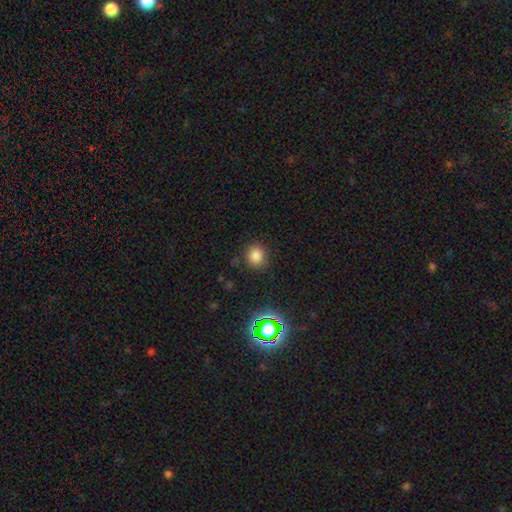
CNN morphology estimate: Q: Smooth or featured?
A: smooth (79%); runner-up: star or artifact (16%)
Q: How rounded?
A: round (78%); runner-up: in between (21%)
Q: Merging?
A: none (85%); runner-up: minor disturbance (10%)